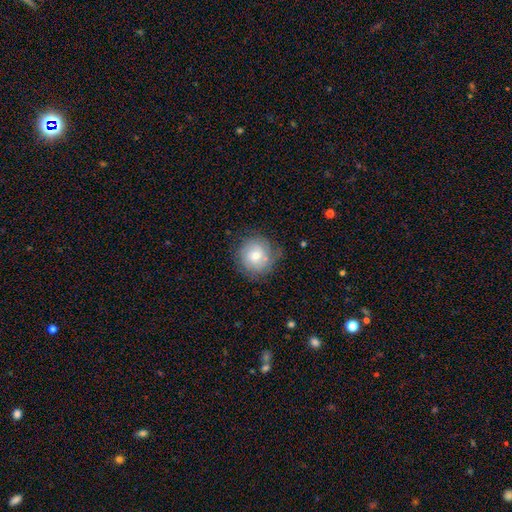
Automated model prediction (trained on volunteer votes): This is possibly a smooth galaxy (57%). How rounded: clearly round (91%). Merging: likely none (73%).